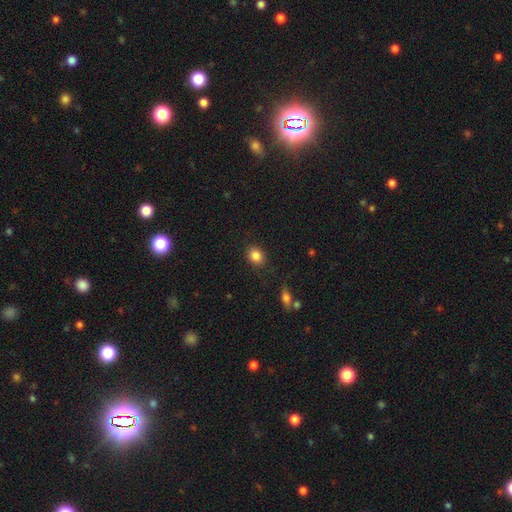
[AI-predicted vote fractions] smooth-or-featured: smooth: 85% | star or artifact: 10% | featured or disk: 5%
  how-rounded: round: 59% | in between: 40% | cigar-shaped: 1%
  merging: none: 86% | minor disturbance: 9% | major disturbance: 3% | merger: 2%